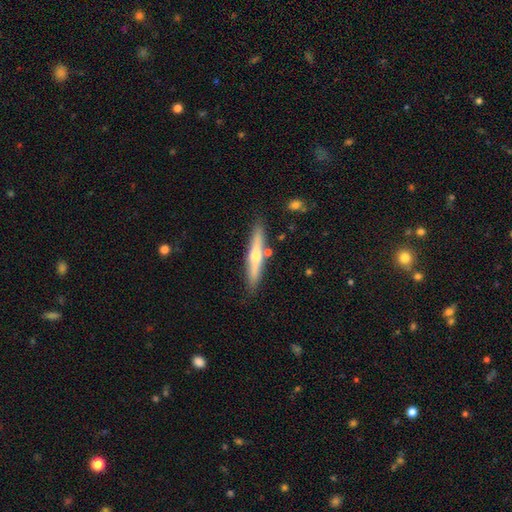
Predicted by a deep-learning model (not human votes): smooth-or-featured: featured or disk: 53% | smooth: 41% | star or artifact: 6%
  disk-edge-on: yes: 94% | no: 6%
    edge-on-bulge: rounded: 85% | none: 12% | boxy: 3%
  merging: none: 84% | minor disturbance: 10% | merger: 4% | major disturbance: 2%